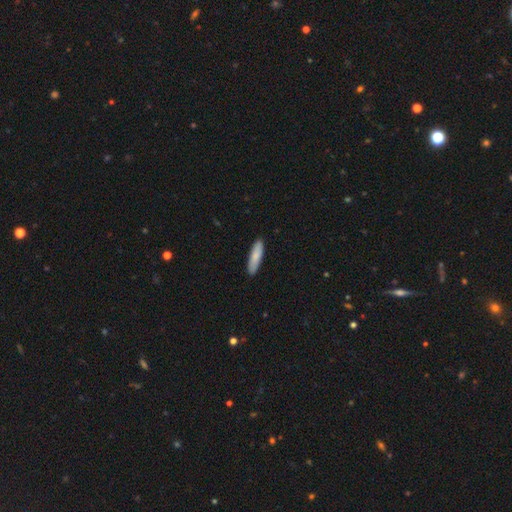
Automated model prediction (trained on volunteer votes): Smooth or featured?
  - smooth: 83% *
  - featured or disk: 12%
  - star or artifact: 5%
How rounded?
  - cigar-shaped: 70% *
  - in between: 28%
  - round: 1%
Merging?
  - none: 89% *
  - minor disturbance: 8%
  - major disturbance: 1%
  - merger: 1%